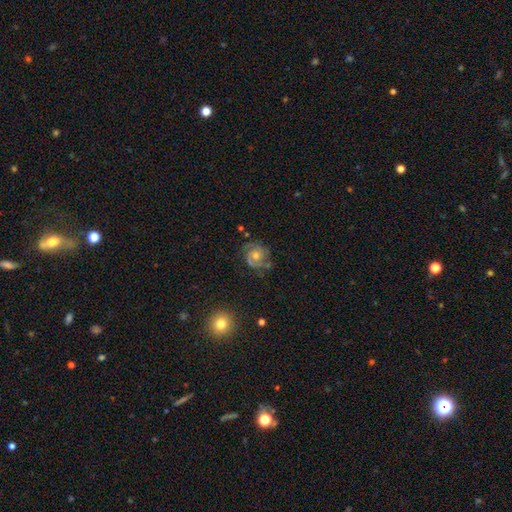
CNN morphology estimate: smooth_or_featured: featured or disk (p=0.75) [alt: smooth p=0.14]
disk_edge_on: no (p=0.98) [alt: yes p=0.02]
bar: no (p=0.72) [alt: weak p=0.24]
has_spiral_arms: yes (p=0.94) [alt: no p=0.06]
spiral_winding: tight (p=0.53) [alt: medium p=0.39]
spiral_arm_count: 2 (p=0.68) [alt: can't tell p=0.13]
bulge_size: moderate (p=0.60) [alt: small p=0.32]
merging: none (p=0.76) [alt: minor disturbance p=0.15]